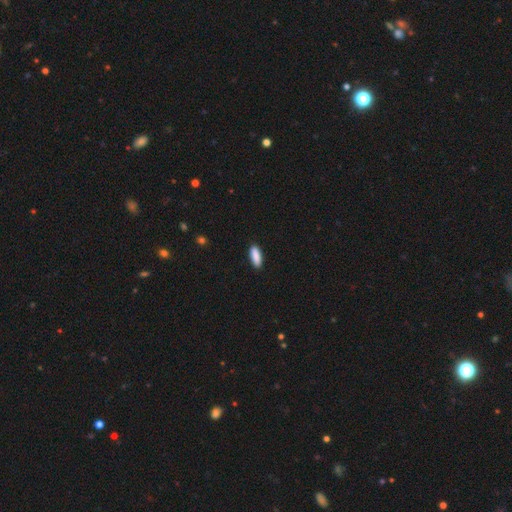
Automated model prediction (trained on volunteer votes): Q: Smooth or featured?
A: smooth (90%); runner-up: star or artifact (6%)
Q: How rounded?
A: in between (64%); runner-up: cigar-shaped (34%)
Q: Merging?
A: none (89%); runner-up: minor disturbance (8%)